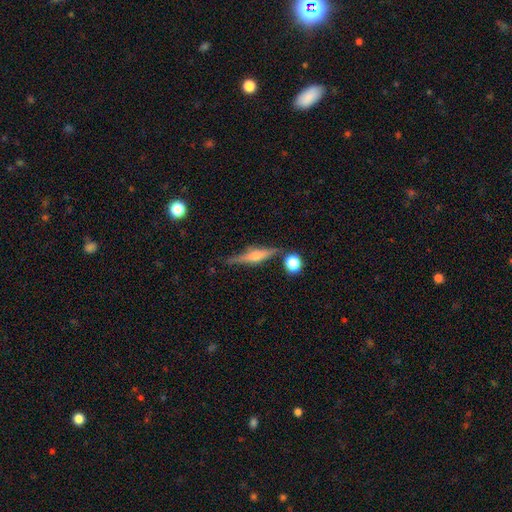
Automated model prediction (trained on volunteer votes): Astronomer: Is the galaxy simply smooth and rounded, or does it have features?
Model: featured or disk — 77%.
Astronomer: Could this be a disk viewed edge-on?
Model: yes — 97%.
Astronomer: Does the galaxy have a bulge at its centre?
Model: rounded — 81%.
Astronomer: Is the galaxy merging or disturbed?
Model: none — 82%.